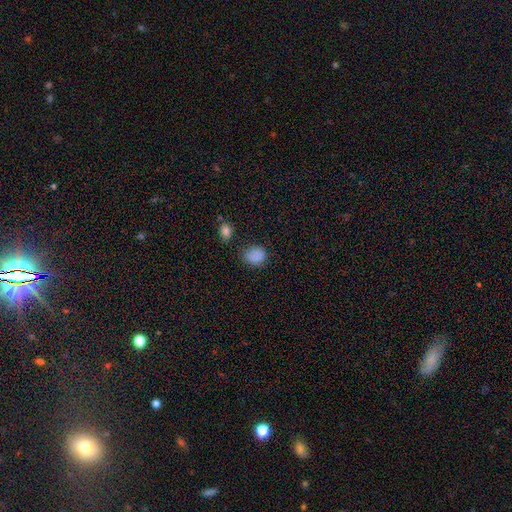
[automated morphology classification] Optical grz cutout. It shows a smooth galaxy with no disk features (84%) that is round (63%). Merging: none (73%).